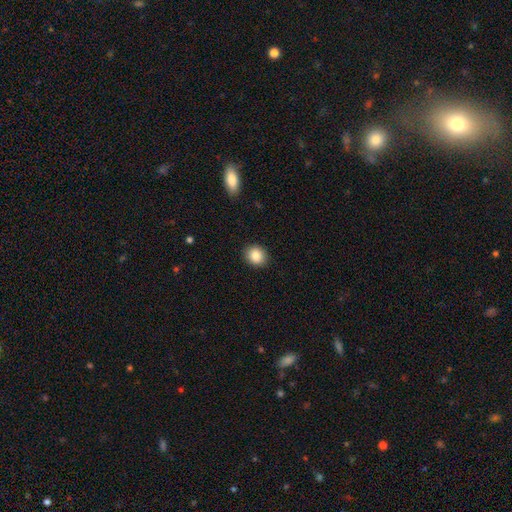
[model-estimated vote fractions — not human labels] Q: Smooth or featured?
A: smooth (86%); runner-up: star or artifact (9%)
Q: How rounded?
A: round (72%); runner-up: in between (27%)
Q: Merging?
A: none (90%); runner-up: minor disturbance (7%)